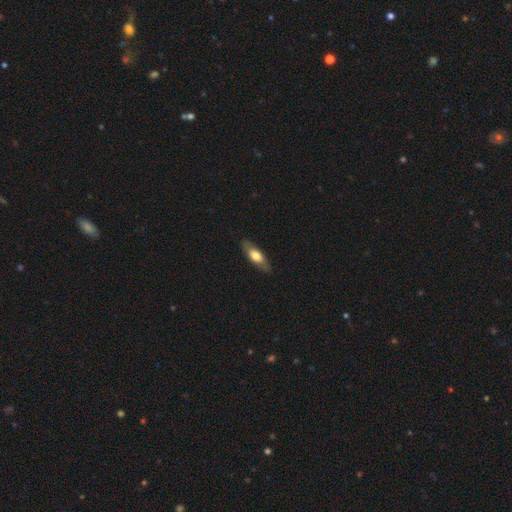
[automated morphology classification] This is possibly a smooth galaxy (60%). How rounded: likely in between (62%). Merging: clearly none (82%).